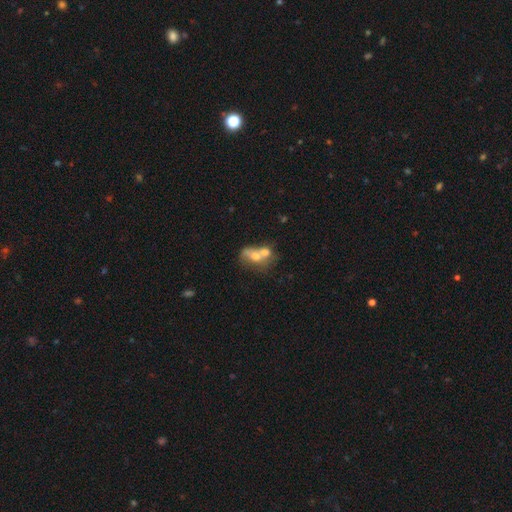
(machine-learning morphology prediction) This is possibly a smooth galaxy (56%). How rounded: likely in between (65%). Merging: likely merger (67%).